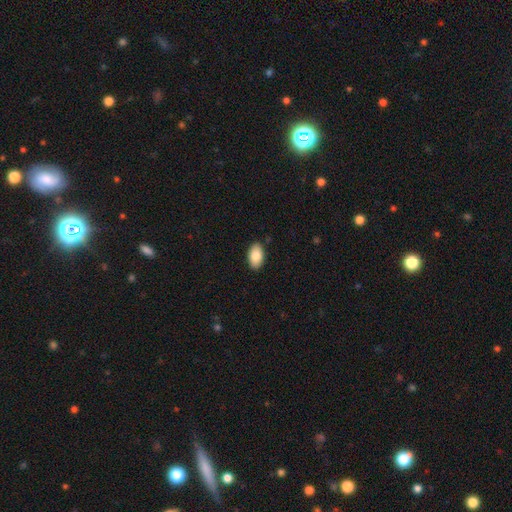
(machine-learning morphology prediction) Q: Smooth or featured?
A: smooth (85%); runner-up: featured or disk (9%)
Q: How rounded?
A: in between (93%); runner-up: round (5%)
Q: Merging?
A: none (88%); runner-up: minor disturbance (9%)